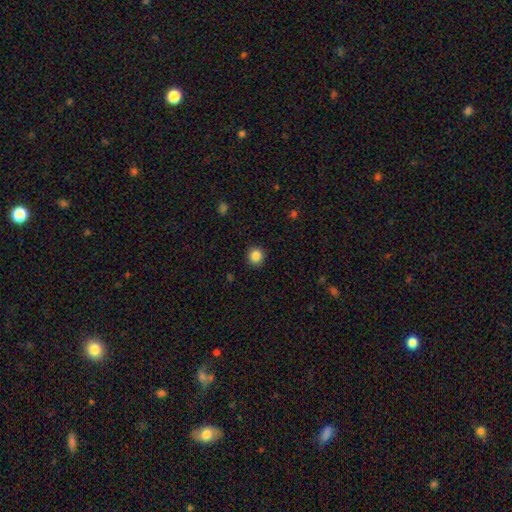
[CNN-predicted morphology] This is clearly a smooth galaxy (86%). How rounded: clearly round (91%). Merging: clearly none (91%).